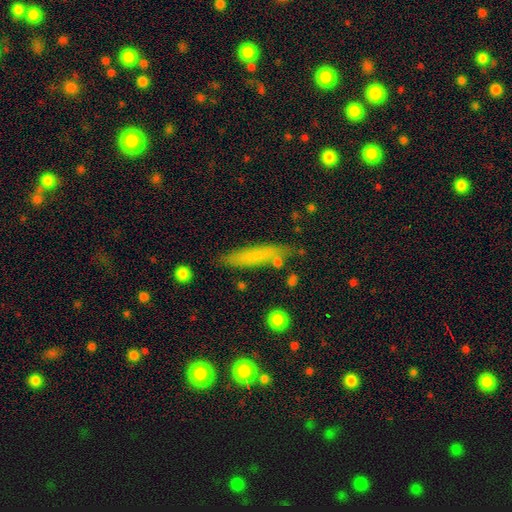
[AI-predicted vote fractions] Overall: smooth (69%). How rounded: cigar-shaped (87%). Merging: none (78%).